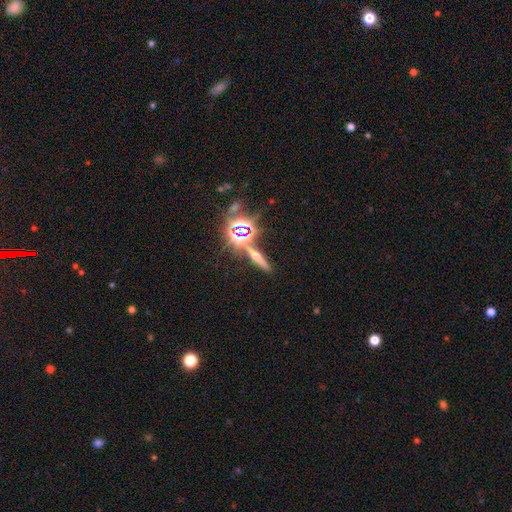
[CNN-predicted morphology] Smooth or featured?
  - star or artifact: 35% *
  - featured or disk: 34%
  - smooth: 31%